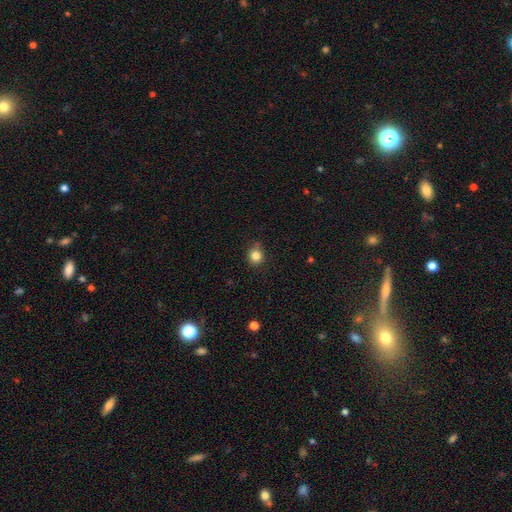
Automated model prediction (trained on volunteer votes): smooth_or_featured: smooth (p=0.83) [alt: star or artifact p=0.12]
how_rounded: round (p=0.83) [alt: in between p=0.16]
merging: none (p=0.80) [alt: minor disturbance p=0.16]